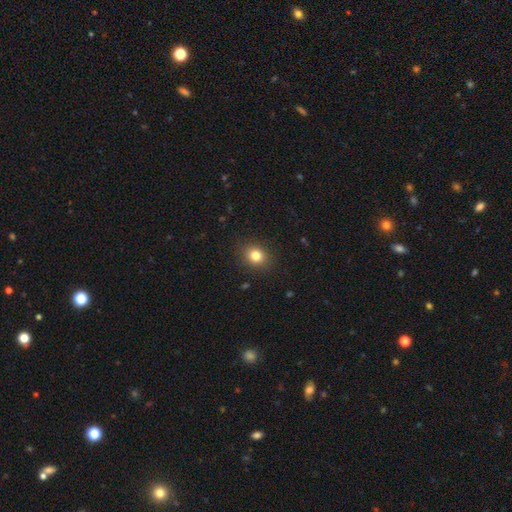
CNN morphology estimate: Q: Smooth or featured?
A: smooth (81%); runner-up: star or artifact (12%)
Q: How rounded?
A: round (67%); runner-up: in between (32%)
Q: Merging?
A: none (89%); runner-up: minor disturbance (8%)